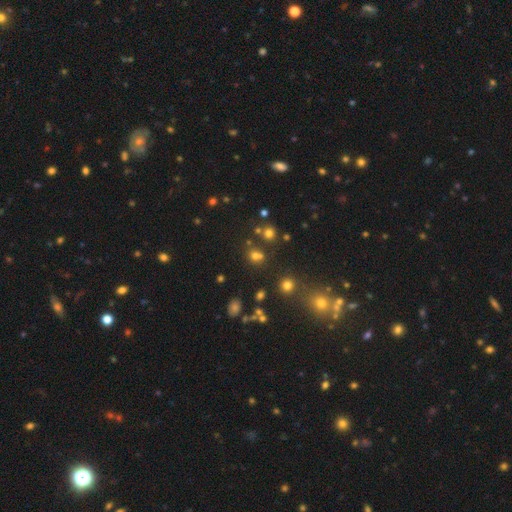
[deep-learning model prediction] Morphology: type=smooth (64%); roundness=round (76%); merging=none (60%).